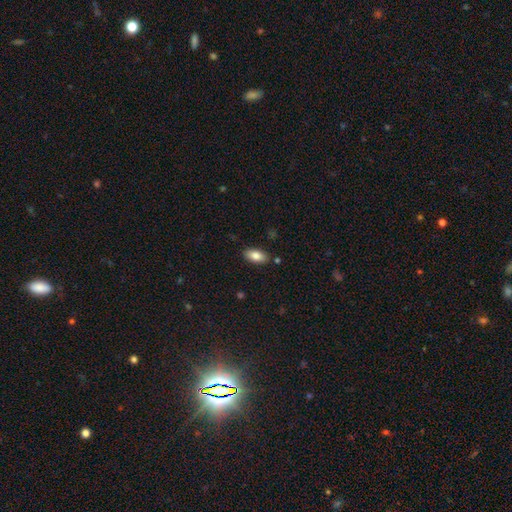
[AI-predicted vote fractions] Smooth or featured?
  - smooth: 84% *
  - featured or disk: 9%
  - star or artifact: 7%
How rounded?
  - in between: 92% *
  - cigar-shaped: 5%
  - round: 3%
Merging?
  - none: 86% *
  - minor disturbance: 10%
  - merger: 2%
  - major disturbance: 2%